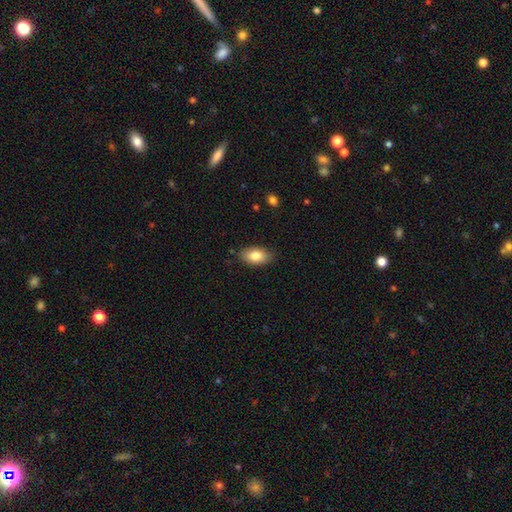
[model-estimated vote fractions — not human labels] Smooth or featured? smooth (83%)
How rounded? in between (92%)
Merging? none (85%)